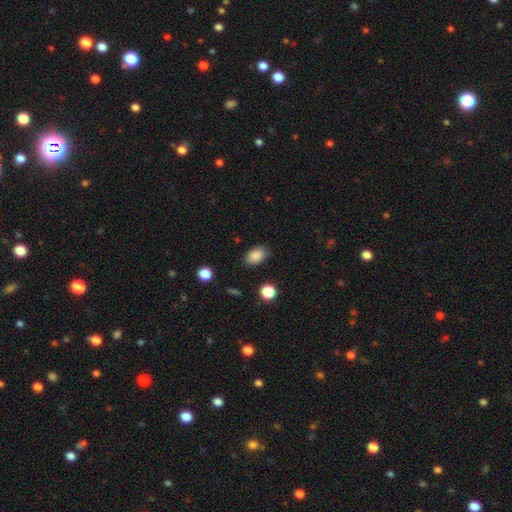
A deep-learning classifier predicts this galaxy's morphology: Smooth or featured? Predicted: smooth (p=0.87). How rounded? Predicted: in between (p=0.85). Merging? Predicted: none (p=0.83).